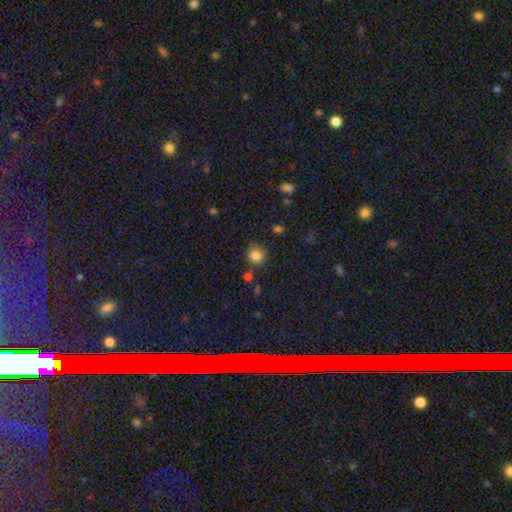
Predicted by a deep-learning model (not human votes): Smooth or featured? Predicted: smooth (p=0.83). How rounded? Predicted: round (p=0.80). Merging? Predicted: none (p=0.73).